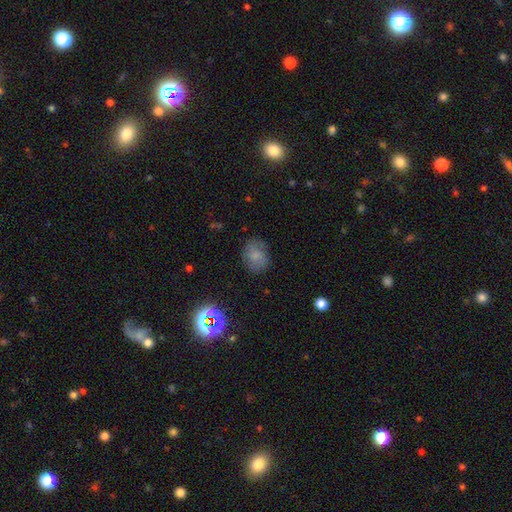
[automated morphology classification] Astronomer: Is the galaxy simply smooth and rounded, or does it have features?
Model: smooth — 63%.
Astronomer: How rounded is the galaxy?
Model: round — 50% (runner-up: in between, 49%).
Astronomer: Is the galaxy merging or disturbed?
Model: none — 72%.